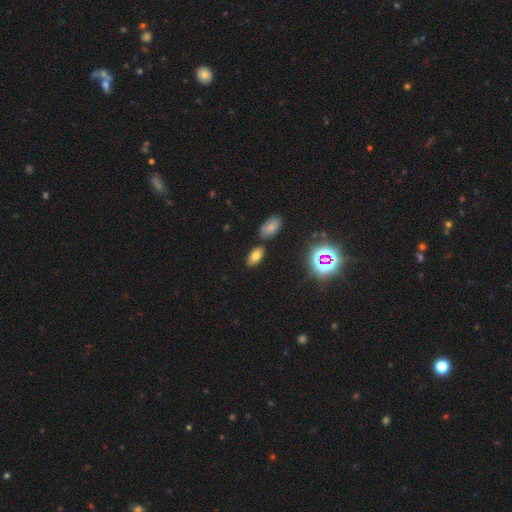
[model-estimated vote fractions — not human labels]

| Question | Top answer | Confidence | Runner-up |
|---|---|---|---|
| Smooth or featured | smooth | 69% | star or artifact (18%) |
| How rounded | in between | 91% | round (5%) |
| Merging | none | 80% | minor disturbance (10%) |